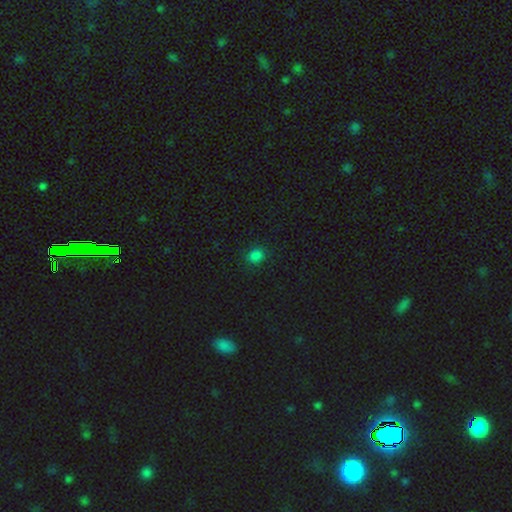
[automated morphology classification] This appears to be a smooth galaxy with no disk features (80%) that is round (69%). Merging: none (88%).